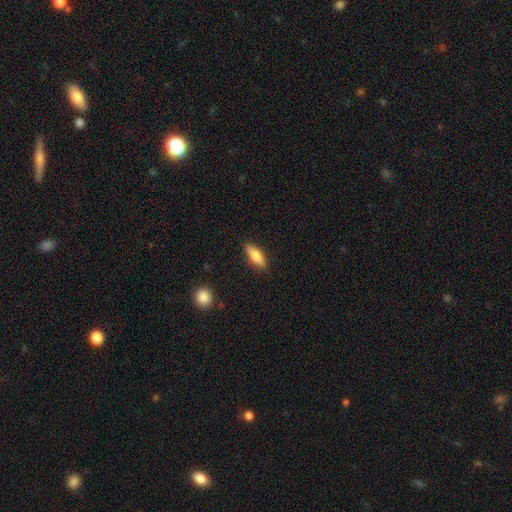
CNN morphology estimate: Smooth or featured: smooth — 73% (featured or disk — 21%)
How rounded: in between — 60% (cigar-shaped — 37%)
Merging: none — 86% (minor disturbance — 10%)